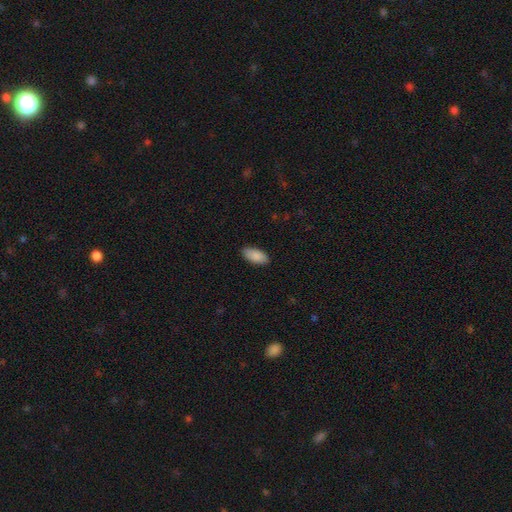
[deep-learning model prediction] This is clearly a smooth galaxy (89%). How rounded: clearly in between (92%). Merging: clearly none (88%).